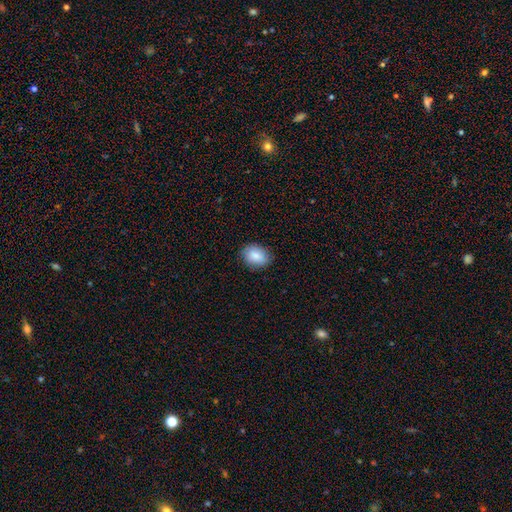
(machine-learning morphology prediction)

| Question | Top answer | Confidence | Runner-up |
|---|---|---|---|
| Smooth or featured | smooth | 86% | featured or disk (7%) |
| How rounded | in between | 72% | round (27%) |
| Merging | none | 83% | minor disturbance (14%) |